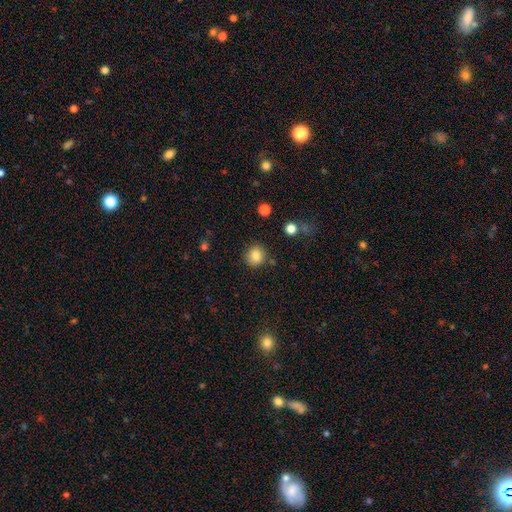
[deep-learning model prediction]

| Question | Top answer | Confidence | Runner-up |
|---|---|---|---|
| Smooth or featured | smooth | 84% | star or artifact (10%) |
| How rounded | round | 86% | in between (13%) |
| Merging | none | 84% | minor disturbance (9%) |